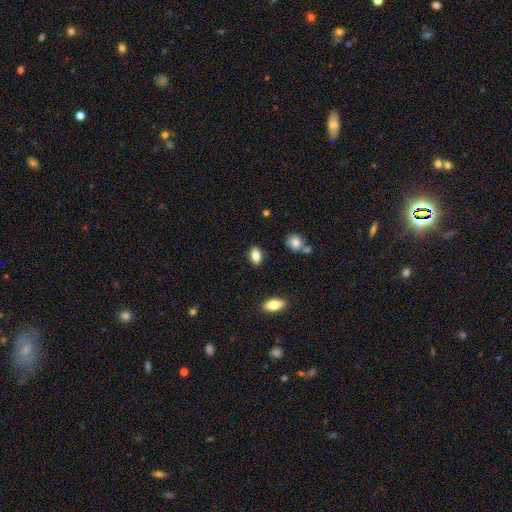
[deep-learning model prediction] A smooth galaxy with no disk features (84%) that is in between round and cigar-shaped (87%).

Vote fractions:
- Smooth or featured? smooth: 84% / featured or disk: 8% / star or artifact: 8%
- How rounded? in between: 87% / round: 9% / cigar-shaped: 4%
- Merging? none: 87% / minor disturbance: 9% / major disturbance: 2% / merger: 2%